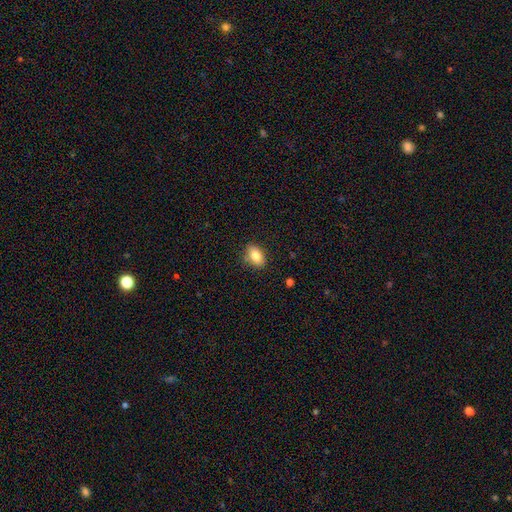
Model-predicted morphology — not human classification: Overall: smooth (83%). How rounded: in between (86%). Merging: none (83%).